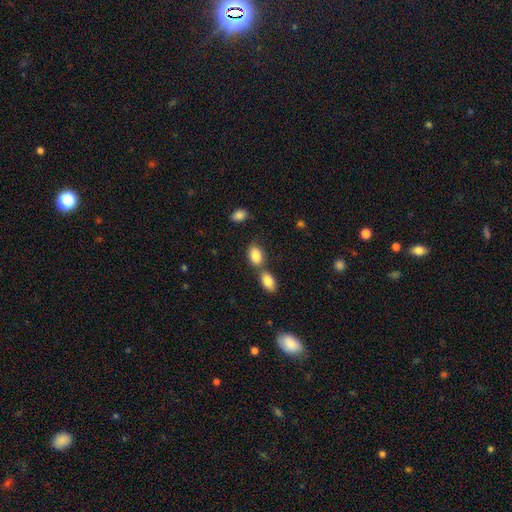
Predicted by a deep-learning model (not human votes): Smooth or featured? smooth (85%)
How rounded? in between (89%)
Merging? none (49%)